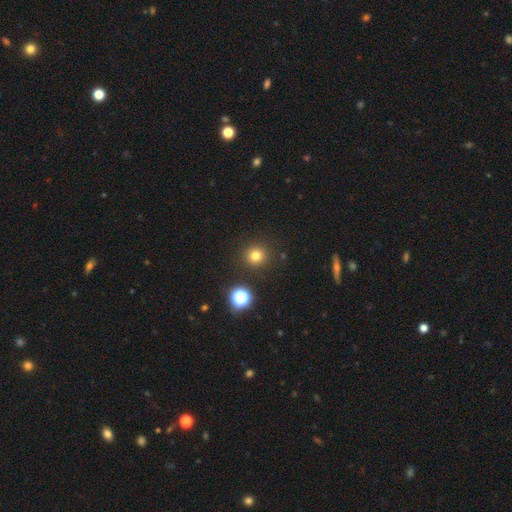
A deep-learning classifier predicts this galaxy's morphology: Smooth or featured?
  - smooth: 77% *
  - star or artifact: 17%
  - featured or disk: 6%
How rounded?
  - round: 94% *
  - in between: 5%
  - cigar-shaped: 1%
Merging?
  - none: 90% *
  - minor disturbance: 6%
  - major disturbance: 2%
  - merger: 2%